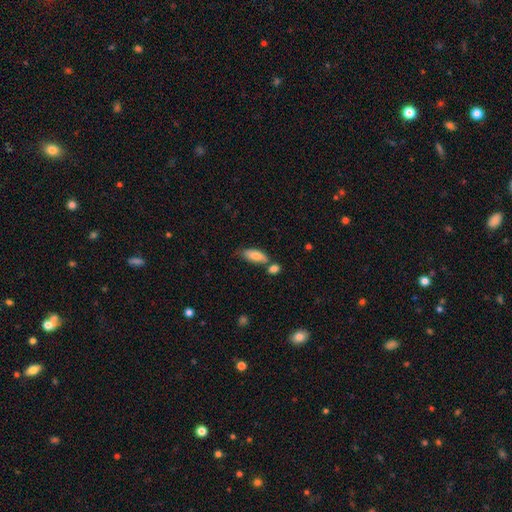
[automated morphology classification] smooth_or_featured: smooth (p=0.78) [alt: featured or disk p=0.16]
how_rounded: in between (p=0.78) [alt: cigar-shaped p=0.20]
merging: none (p=0.55) [alt: merger p=0.24]